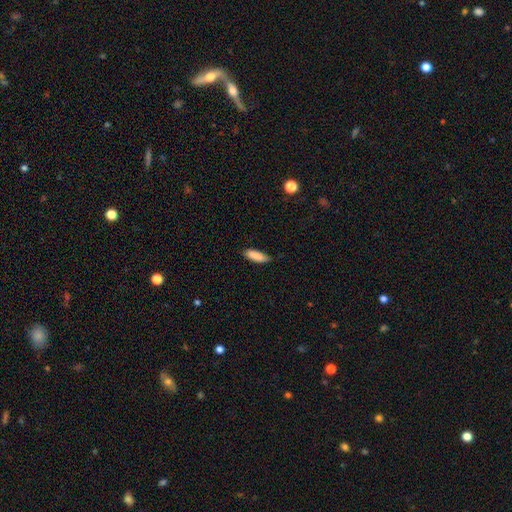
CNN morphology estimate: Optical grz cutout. It shows a smooth galaxy with no disk features (88%) that is in between round and cigar-shaped (58%). Merging: none (74%).